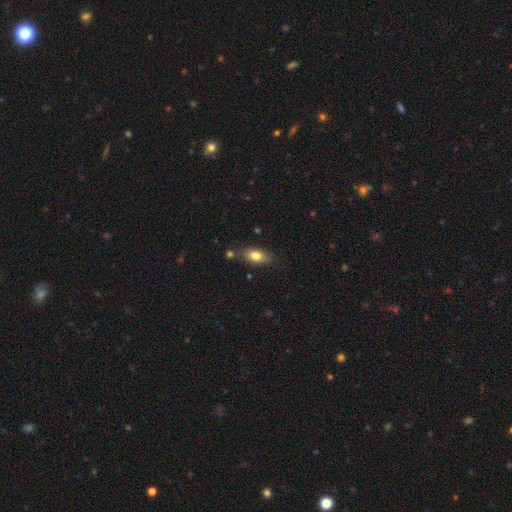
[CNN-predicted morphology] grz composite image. It shows a smooth galaxy with no disk features (78%) that is in between round and cigar-shaped (85%). Merging: none (75%).